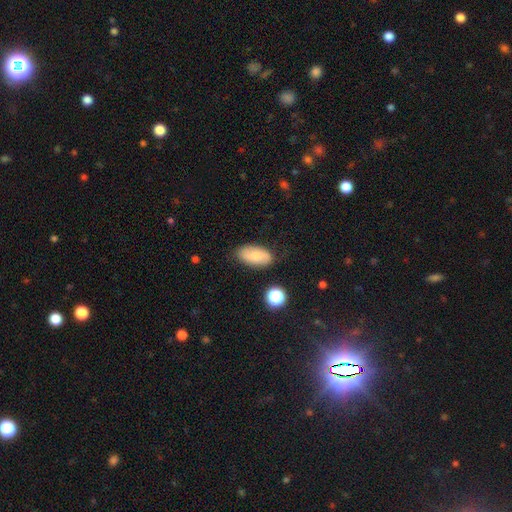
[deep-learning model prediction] smooth-or-featured: smooth: 67% | featured or disk: 25% | star or artifact: 8%
  how-rounded: in between: 92% | round: 5% | cigar-shaped: 4%
  merging: none: 79% | minor disturbance: 15% | major disturbance: 3% | merger: 2%